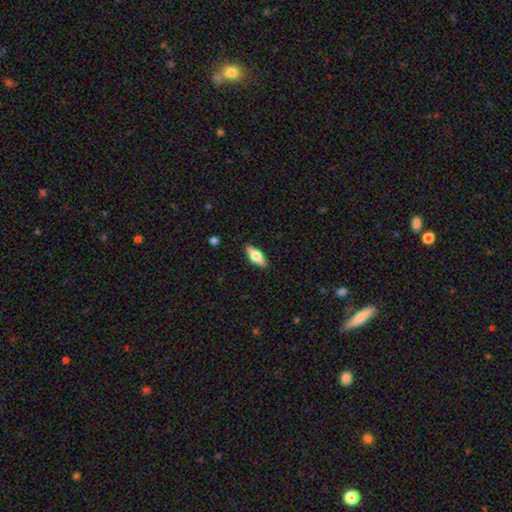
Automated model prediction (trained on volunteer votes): smooth-or-featured: smooth: 57% | featured or disk: 36% | star or artifact: 6%
  how-rounded: in between: 67% | cigar-shaped: 30% | round: 3%
  merging: none: 88% | minor disturbance: 9% | major disturbance: 2% | merger: 1%